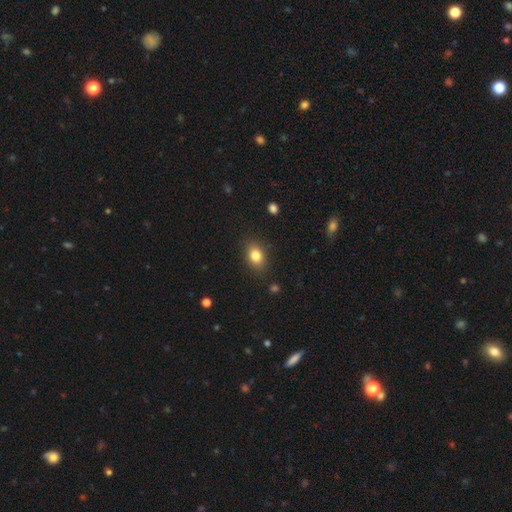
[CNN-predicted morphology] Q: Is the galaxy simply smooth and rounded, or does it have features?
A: smooth — 82%.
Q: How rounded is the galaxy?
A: in between — 70%.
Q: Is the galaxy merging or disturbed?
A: none — 86%.